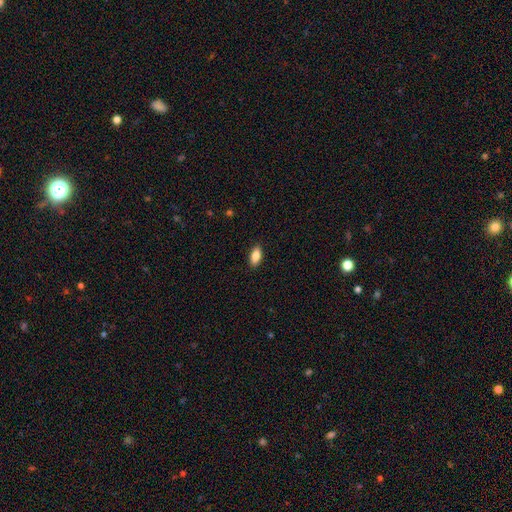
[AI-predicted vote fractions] smooth_or_featured: smooth (p=0.86) [alt: star or artifact p=0.07]
how_rounded: in between (p=0.88) [alt: cigar-shaped p=0.10]
merging: none (p=0.89) [alt: minor disturbance p=0.08]